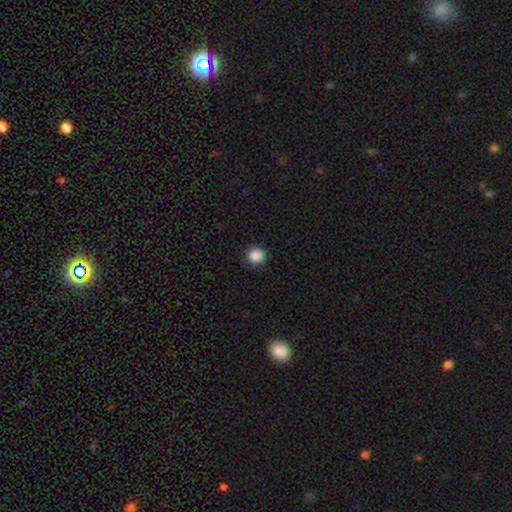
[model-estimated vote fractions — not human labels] Smooth or featured: smooth — 88% (star or artifact — 10%)
How rounded: round — 95% (in between — 4%)
Merging: none — 92% (minor disturbance — 5%)